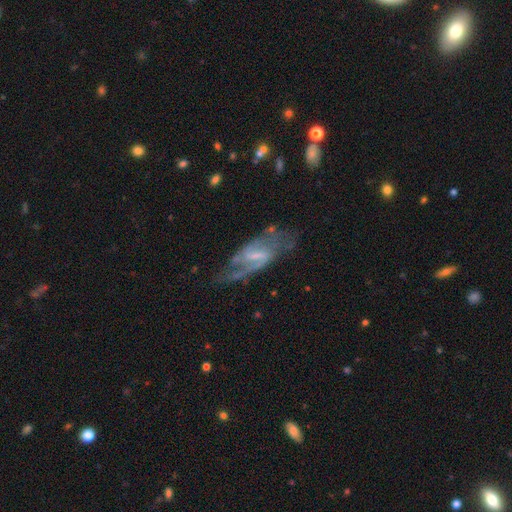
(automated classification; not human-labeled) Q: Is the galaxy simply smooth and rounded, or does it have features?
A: featured or disk — 83%.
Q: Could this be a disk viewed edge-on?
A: no — 92%.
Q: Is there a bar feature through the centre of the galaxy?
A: weak — 51%.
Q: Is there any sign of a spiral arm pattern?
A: yes — 91%.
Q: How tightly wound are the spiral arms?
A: medium — 47%.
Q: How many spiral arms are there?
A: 2 — 78%.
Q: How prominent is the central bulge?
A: small — 51%.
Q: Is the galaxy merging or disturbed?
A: none — 61%.